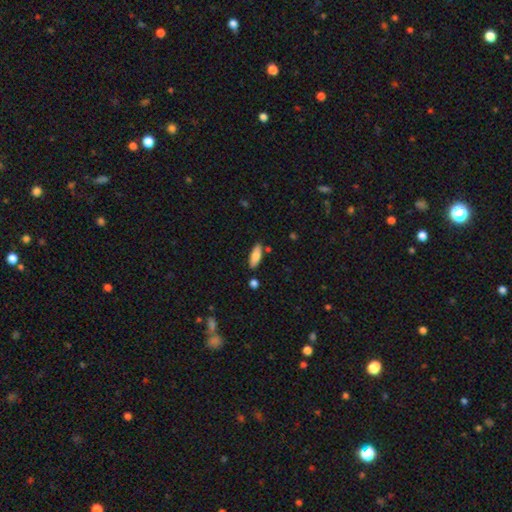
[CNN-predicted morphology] Q: Smooth or featured?
A: smooth (78%); runner-up: featured or disk (16%)
Q: How rounded?
A: in between (67%); runner-up: cigar-shaped (31%)
Q: Merging?
A: none (82%); runner-up: minor disturbance (12%)